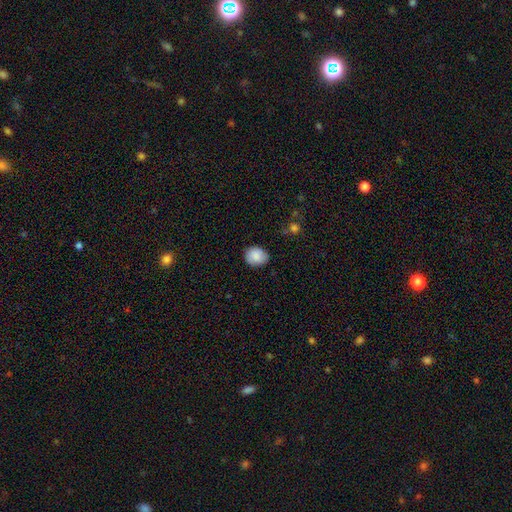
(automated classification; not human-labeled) Smooth or featured? Predicted: smooth (p=0.85). How rounded? Predicted: round (p=0.66). Merging? Predicted: none (p=0.82).